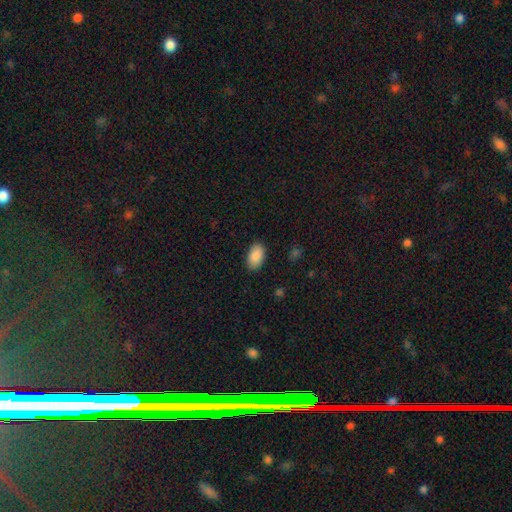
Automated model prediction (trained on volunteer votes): Morphology: type=smooth (90%); roundness=in between (94%); merging=none (87%).